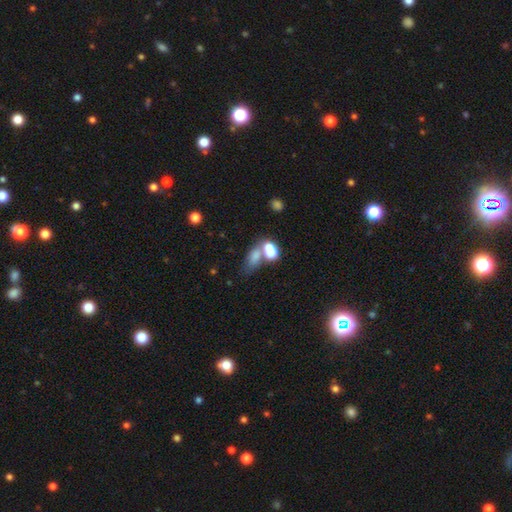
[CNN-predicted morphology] Overall: smooth (67%). How rounded: in between (74%). Merging: merger (53%; none 27%).